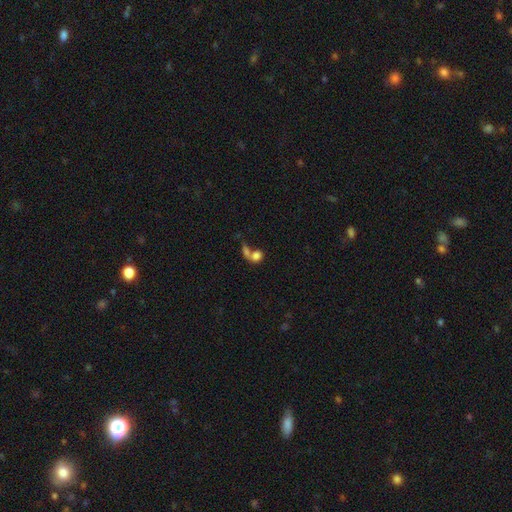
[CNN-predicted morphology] type=smooth (76%); roundness=round (53%); merging=merger (62%).